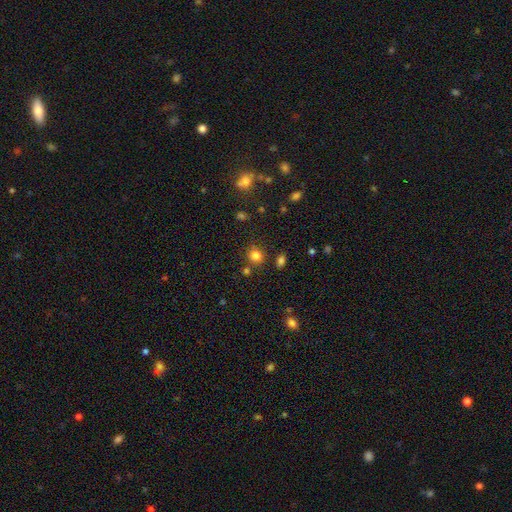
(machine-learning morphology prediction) This is clearly a smooth galaxy (81%). How rounded: clearly round (82%). Merging: likely none (79%).